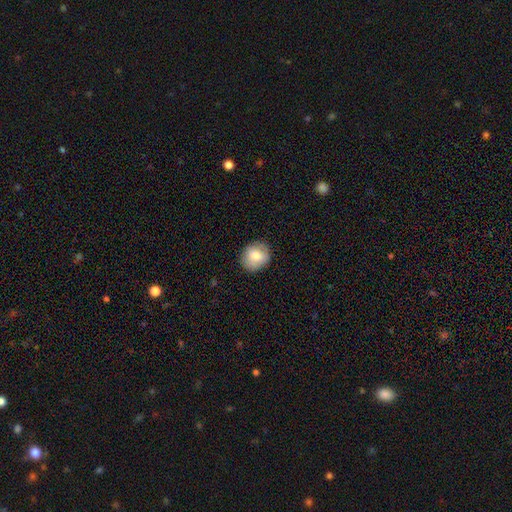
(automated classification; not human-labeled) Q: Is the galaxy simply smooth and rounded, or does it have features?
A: smooth — 73%.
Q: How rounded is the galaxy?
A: round — 79%.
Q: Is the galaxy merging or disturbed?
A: none — 84%.